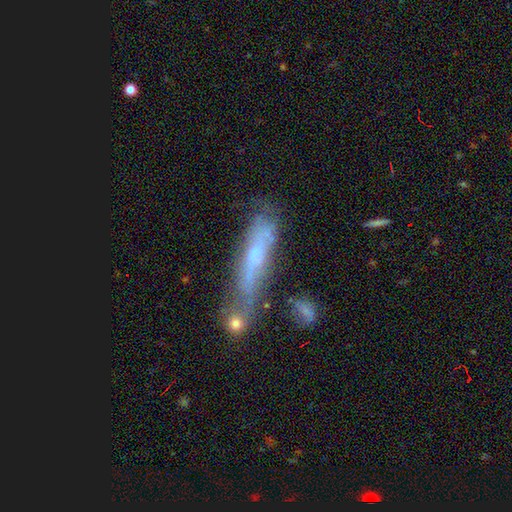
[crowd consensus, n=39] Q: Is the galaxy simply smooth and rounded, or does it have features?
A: featured or disk — 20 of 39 (51%).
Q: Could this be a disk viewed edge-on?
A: yes — 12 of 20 (60%).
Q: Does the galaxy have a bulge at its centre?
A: rounded — 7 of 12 (58%).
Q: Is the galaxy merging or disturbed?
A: none — 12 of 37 (32%, tied with minor disturbance).